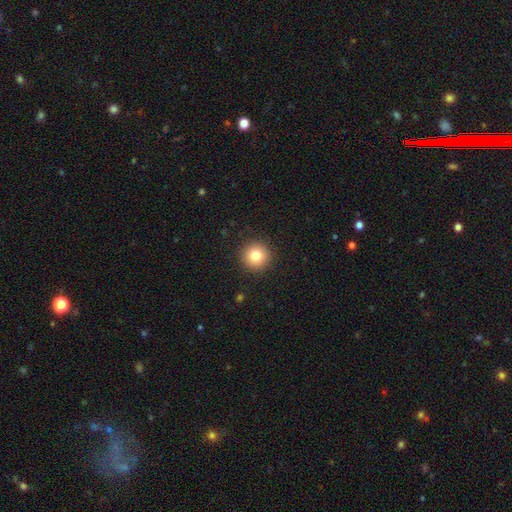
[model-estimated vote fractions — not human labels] A smooth galaxy with no disk features (81%) that is round (96%).

Vote fractions:
- Smooth or featured? smooth: 81% / star or artifact: 10% / featured or disk: 8%
- How rounded? round: 96% / in between: 3% / cigar-shaped: 1%
- Merging? none: 92% / minor disturbance: 5% / major disturbance: 2% / merger: 1%